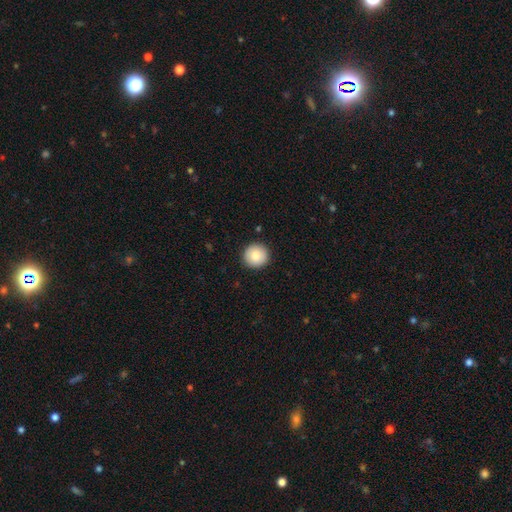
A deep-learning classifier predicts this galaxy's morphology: type=smooth (82%); roundness=round (96%); merging=none (92%).